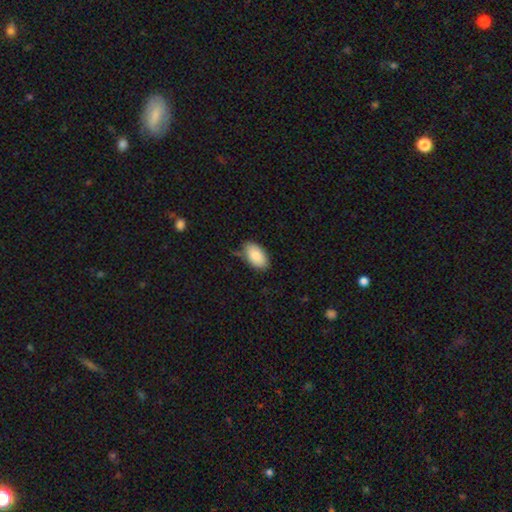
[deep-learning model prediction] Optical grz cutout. It shows a smooth galaxy with no disk features (85%) that is in between round and cigar-shaped (95%). Merging: none (71%).